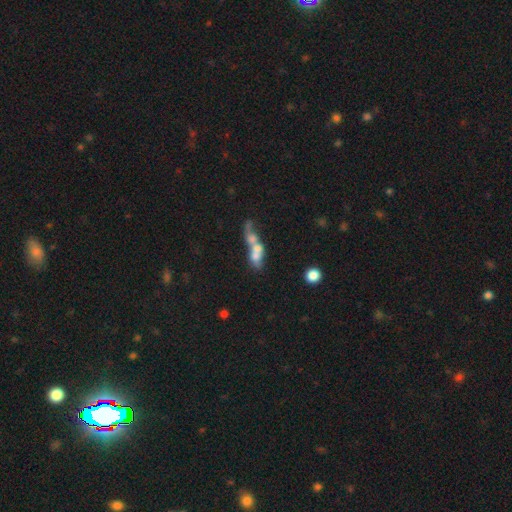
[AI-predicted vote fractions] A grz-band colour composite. It shows a smooth galaxy with no disk features (50%). Merging: merger (70%).